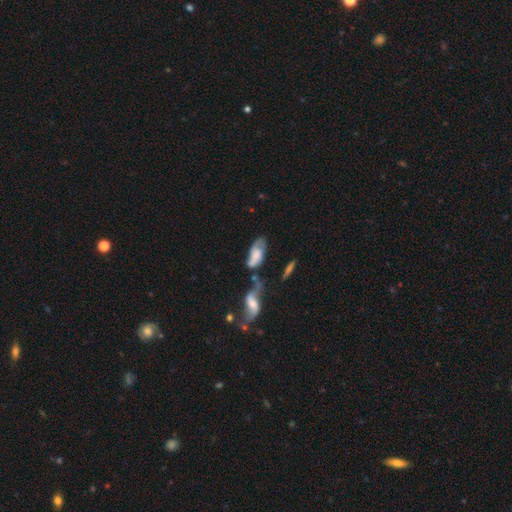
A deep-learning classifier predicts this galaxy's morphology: Smooth or featured?
  - featured or disk: 49% *
  - smooth: 43%
  - star or artifact: 8%
Merging?
  - none: 40% *
  - minor disturbance: 24%
  - merger: 20%
  - major disturbance: 16%